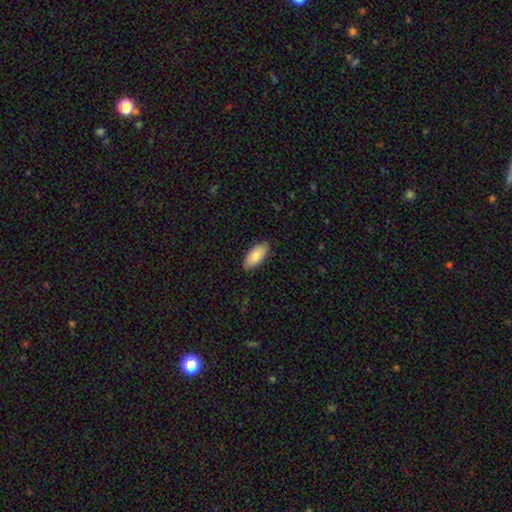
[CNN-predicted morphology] type=smooth (83%); roundness=in between (90%); merging=none (87%).